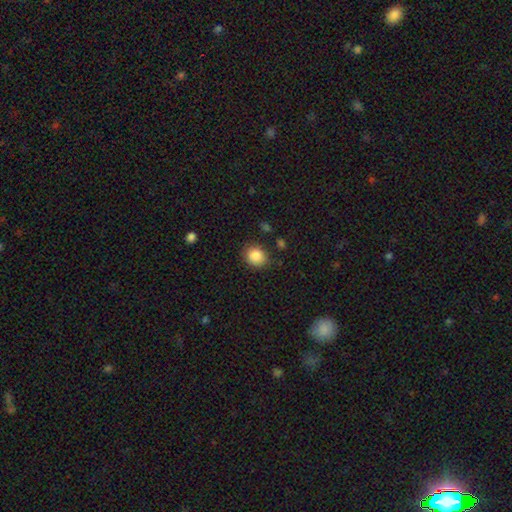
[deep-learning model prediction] smooth 87%, star or artifact 9%, featured or disk 5%. Down the decision tree: how rounded — round (72%); merging — none (82%).